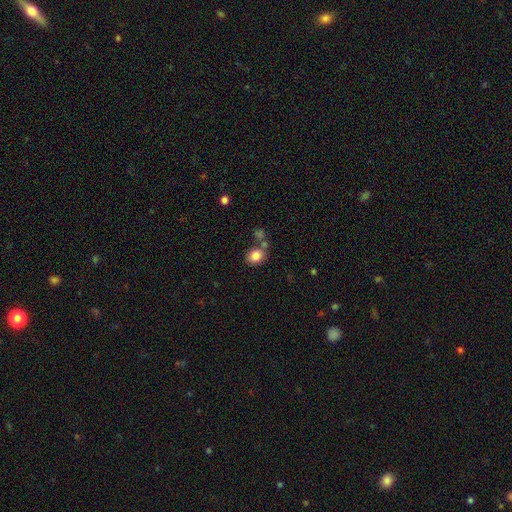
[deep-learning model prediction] Smooth or featured: smooth — 83% (star or artifact — 10%)
How rounded: round — 64% (in between — 35%)
Merging: none — 63% (merger — 19%)